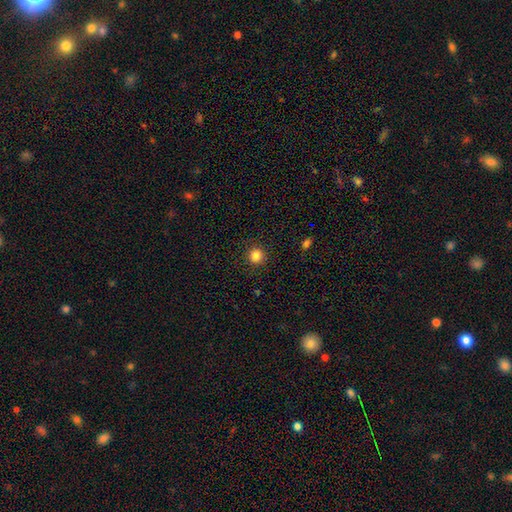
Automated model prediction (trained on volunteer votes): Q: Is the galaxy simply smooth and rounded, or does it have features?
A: smooth — 84%.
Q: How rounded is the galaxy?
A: round — 95%.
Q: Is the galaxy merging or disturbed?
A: none — 92%.